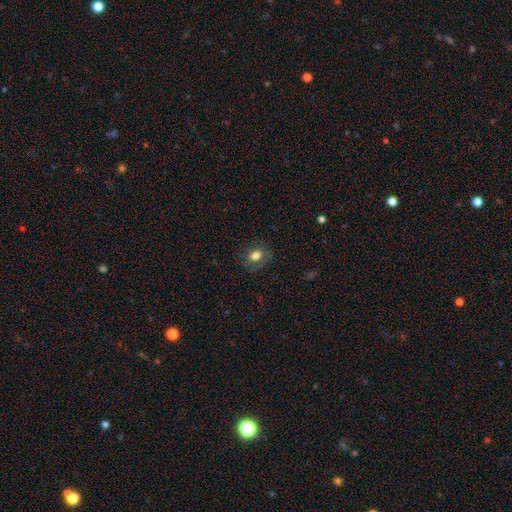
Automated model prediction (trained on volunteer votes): A smooth galaxy with no disk features (75%) that is in between round and cigar-shaped (52%).

Vote fractions:
- Smooth or featured? smooth: 75% / featured or disk: 14% / star or artifact: 11%
- How rounded? in between: 52% / round: 46% / cigar-shaped: 1%
- Merging? none: 81% / minor disturbance: 13% / major disturbance: 5% / merger: 1%